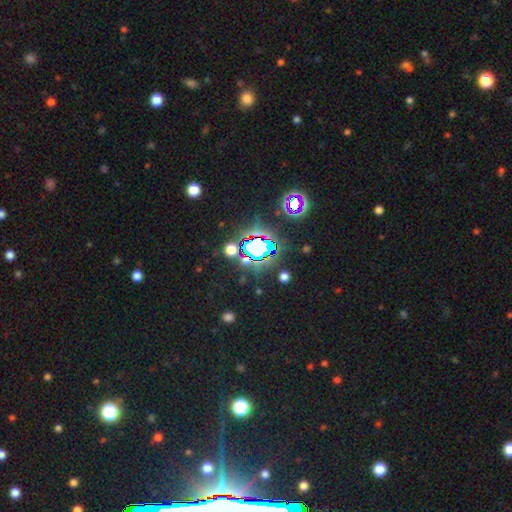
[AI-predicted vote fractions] Smooth or featured?
  - star or artifact: 81% *
  - smooth: 11%
  - featured or disk: 8%